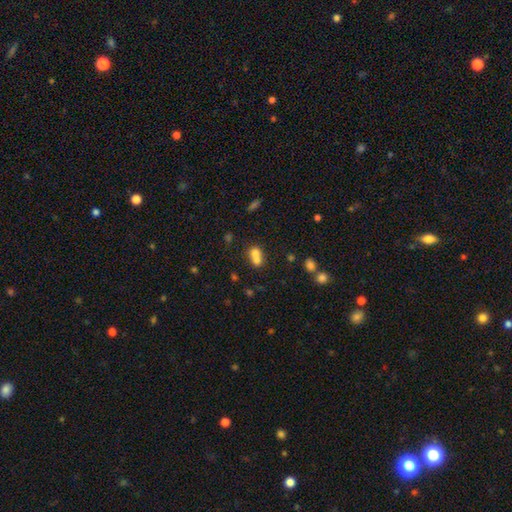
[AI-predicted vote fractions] This is likely a smooth galaxy (69%). How rounded: possibly round (53%). Merging: likely merger (67%).